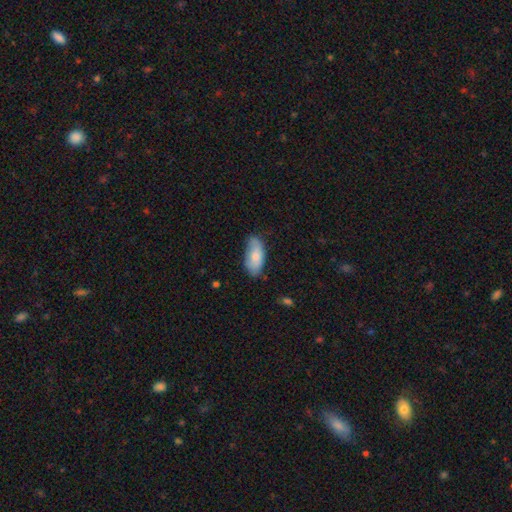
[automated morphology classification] smooth 77%, featured or disk 17%, star or artifact 6%. Down the decision tree: how rounded — in between (90%); merging — none (67%).